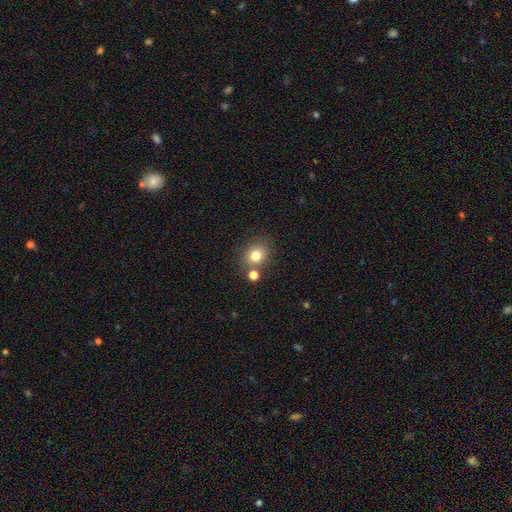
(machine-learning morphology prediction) Smooth or featured? Predicted: smooth (p=0.78). How rounded? Predicted: round (p=0.73). Merging? Predicted: none (p=0.71).